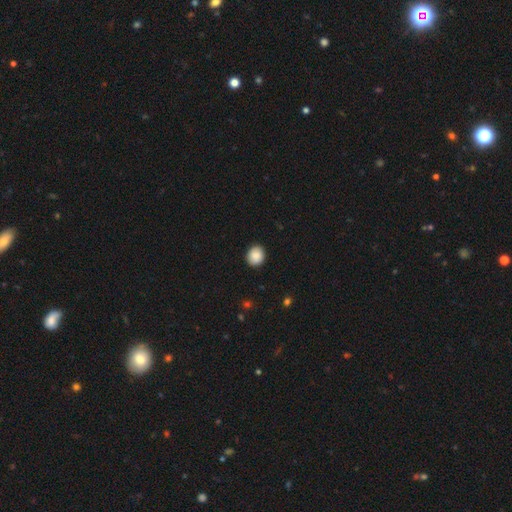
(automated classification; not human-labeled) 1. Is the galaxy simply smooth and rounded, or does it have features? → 88% smooth, 7% star or artifact, 5% featured or disk.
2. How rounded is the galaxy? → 73% round, 26% in between, 1% cigar-shaped.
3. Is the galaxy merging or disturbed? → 90% none, 8% minor disturbance, 2% major disturbance, 1% merger.